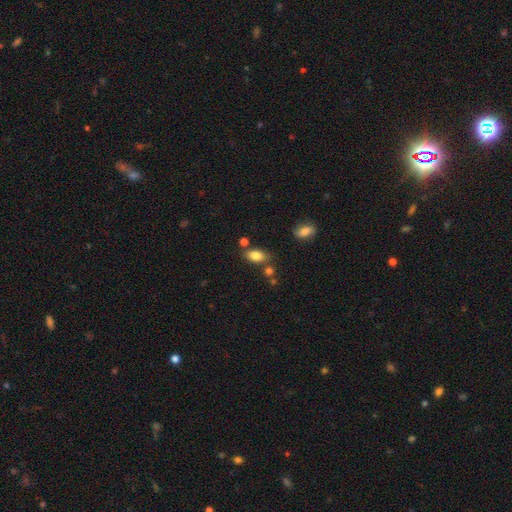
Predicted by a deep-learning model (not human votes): This appears to be a smooth galaxy with no disk features (83%) that is in between round and cigar-shaped (88%). Merging: none (72%).